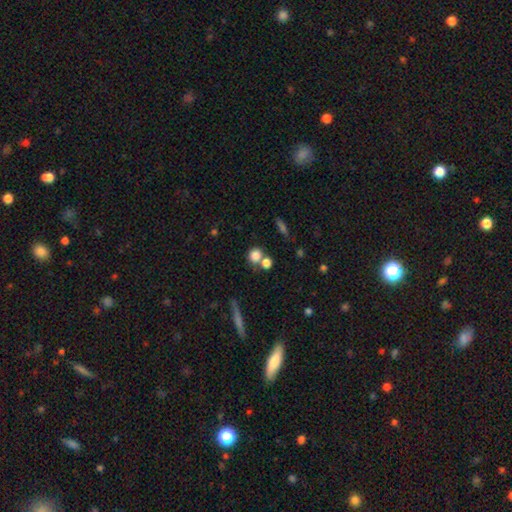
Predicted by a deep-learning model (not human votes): Smooth or featured: smooth — 79% (star or artifact — 11%)
How rounded: round — 79% (in between — 19%)
Merging: none — 50% (merger — 36%)